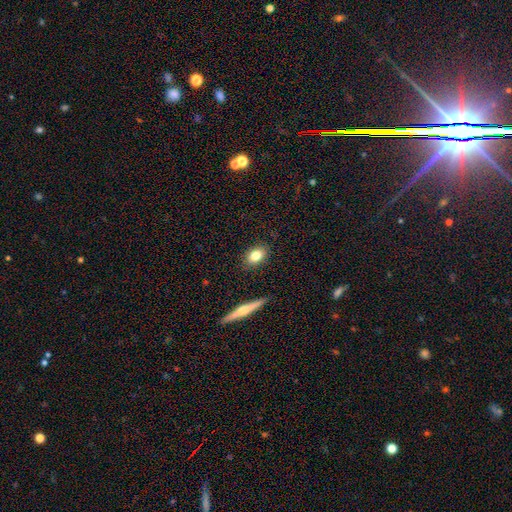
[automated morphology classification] Q: Smooth or featured?
A: smooth (79%); runner-up: featured or disk (13%)
Q: How rounded?
A: in between (77%); runner-up: round (19%)
Q: Merging?
A: none (88%); runner-up: minor disturbance (9%)